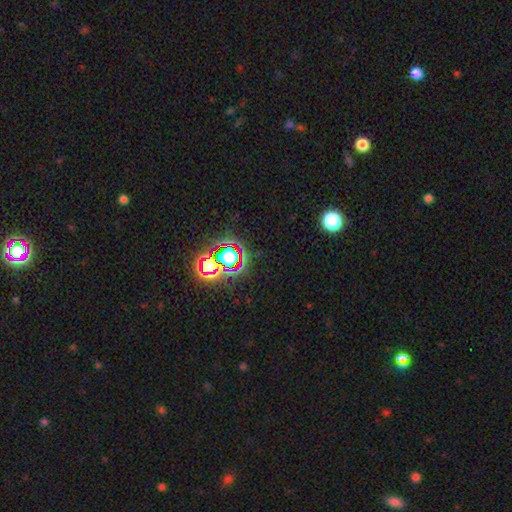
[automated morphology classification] Smooth or featured?
  - star or artifact: 75% *
  - smooth: 15%
  - featured or disk: 10%